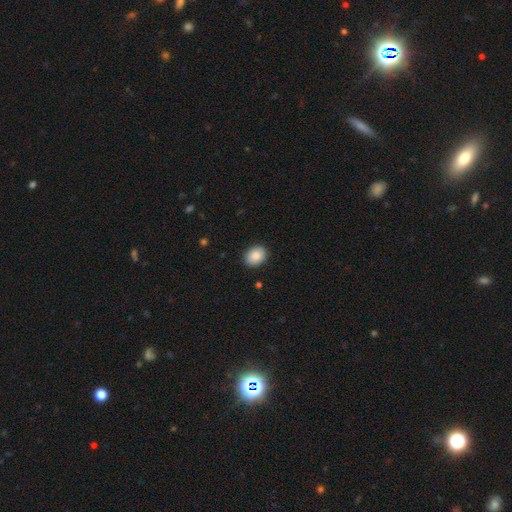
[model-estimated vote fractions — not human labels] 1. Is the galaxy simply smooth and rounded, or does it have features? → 88% smooth, 8% star or artifact, 5% featured or disk.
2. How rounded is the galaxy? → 57% in between, 43% round, 1% cigar-shaped.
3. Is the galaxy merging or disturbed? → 90% none, 8% minor disturbance, 2% major disturbance, 1% merger.